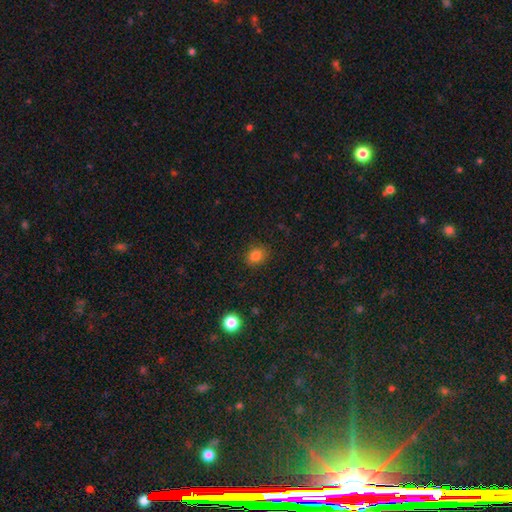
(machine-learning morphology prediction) smooth_or_featured: smooth (p=0.82) [alt: star or artifact p=0.13]
how_rounded: round (p=0.52) [alt: in between p=0.47]
merging: none (p=0.85) [alt: minor disturbance p=0.11]